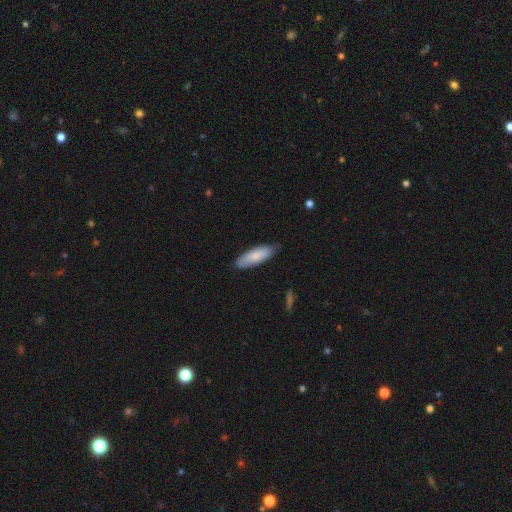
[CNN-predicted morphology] type=smooth (80%); roundness=in between (65%); merging=none (76%).